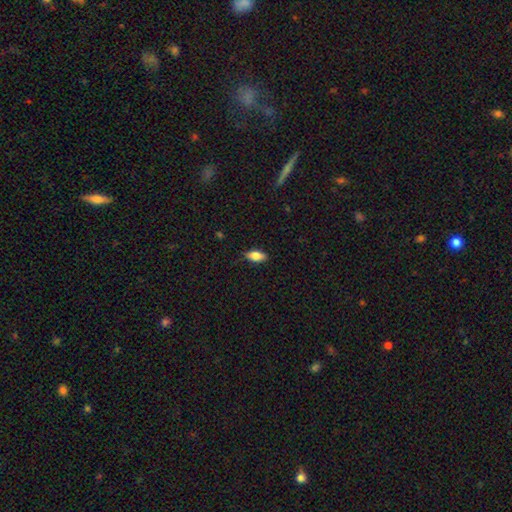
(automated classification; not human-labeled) A smooth galaxy with no disk features (80%) that is in between round and cigar-shaped (86%).

Vote fractions:
- Smooth or featured? smooth: 80% / featured or disk: 13% / star or artifact: 7%
- How rounded? in between: 86% / cigar-shaped: 10% / round: 3%
- Merging? none: 83% / minor disturbance: 13% / major disturbance: 2% / merger: 1%